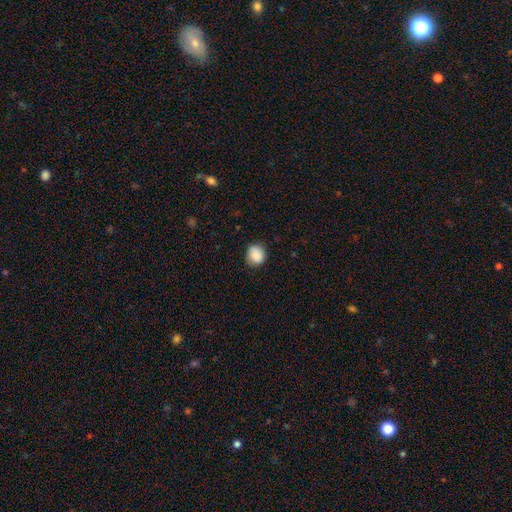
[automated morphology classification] A smooth galaxy with no disk features (85%) that is round (77%).

Vote fractions:
- Smooth or featured? smooth: 85% / star or artifact: 8% / featured or disk: 7%
- How rounded? round: 77% / in between: 22% / cigar-shaped: 1%
- Merging? none: 79% / minor disturbance: 17% / major disturbance: 3% / merger: 1%